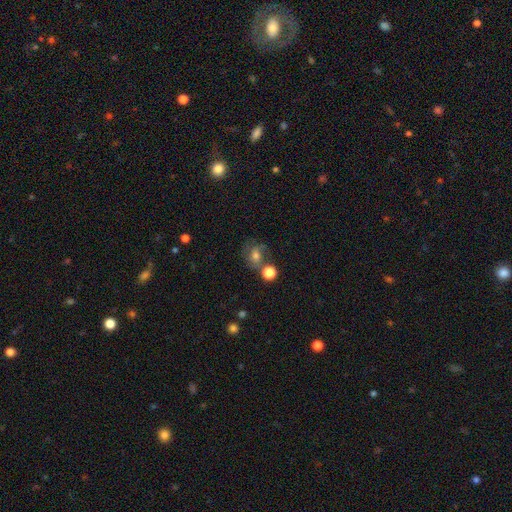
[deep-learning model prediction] Q: Smooth or featured?
A: smooth (46%); runner-up: featured or disk (40%)
Q: Merging?
A: none (48%); runner-up: minor disturbance (18%)